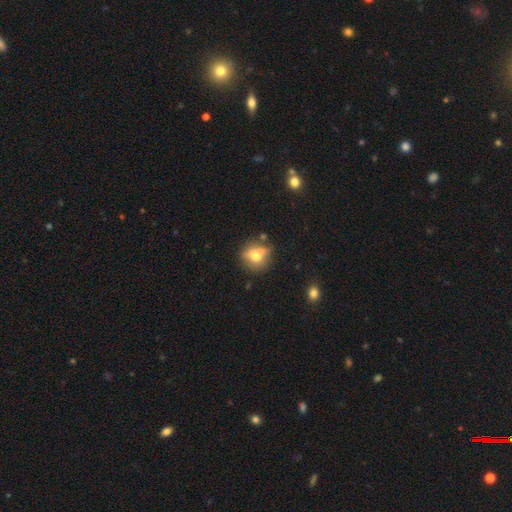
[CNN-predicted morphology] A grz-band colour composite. It shows a smooth galaxy with no disk features (61%) that is round (83%). Merging: none (67%).